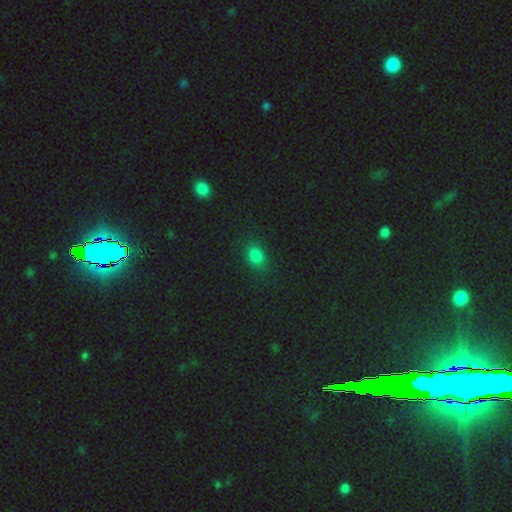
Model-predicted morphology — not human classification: Smooth or featured? smooth (77%)
How rounded? in between (62%)
Merging? none (85%)